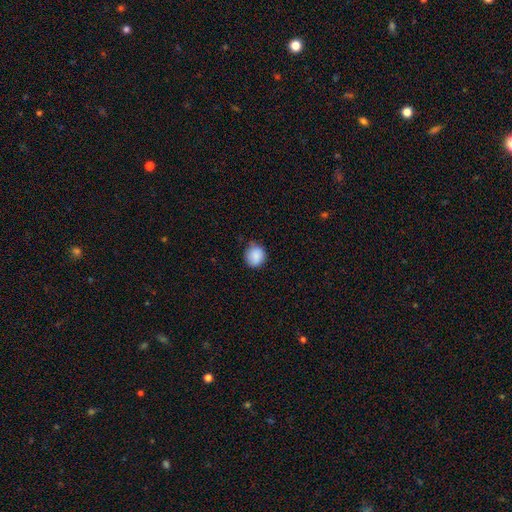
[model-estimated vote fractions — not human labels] A smooth galaxy with no disk features (88%) that is round (84%).

Vote fractions:
- Smooth or featured? smooth: 88% / star or artifact: 8% / featured or disk: 4%
- How rounded? round: 84% / in between: 15% / cigar-shaped: 1%
- Merging? none: 72% / minor disturbance: 23% / major disturbance: 4% / merger: 1%